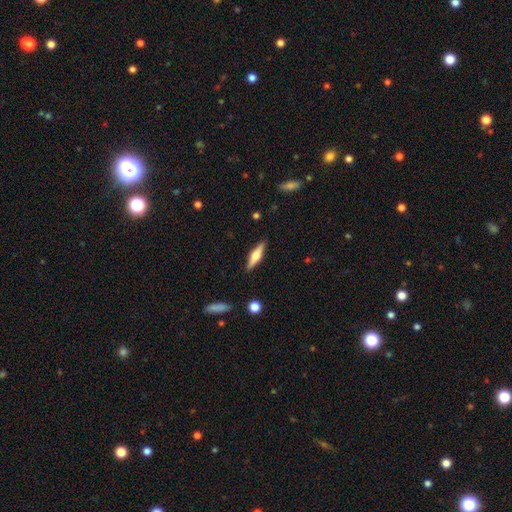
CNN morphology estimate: A featured or disk galaxy (57%) viewed edge-on (96%) with a rounded central bulge (90%).

Vote fractions:
- Smooth or featured? featured or disk: 57% / smooth: 37% / star or artifact: 6%
- Edge-on disk? yes: 96% / no: 4%
- Edge-on bulge? rounded: 90% / boxy: 7% / none: 3%
- Merging? none: 89% / minor disturbance: 8% / major disturbance: 2% / merger: 1%